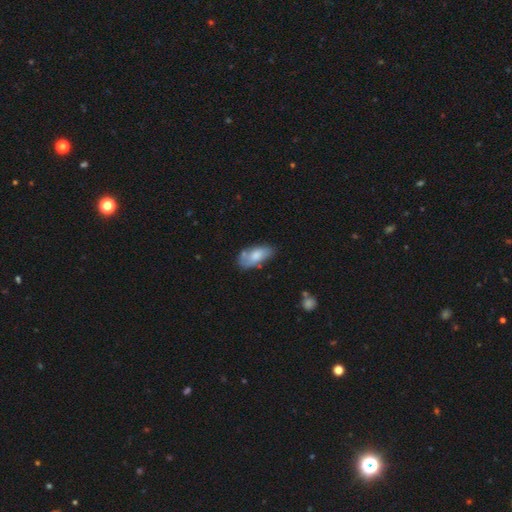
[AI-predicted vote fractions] Smooth or featured? Predicted: smooth (p=0.71). How rounded? Predicted: in between (p=0.90). Merging? Predicted: none (p=0.54).